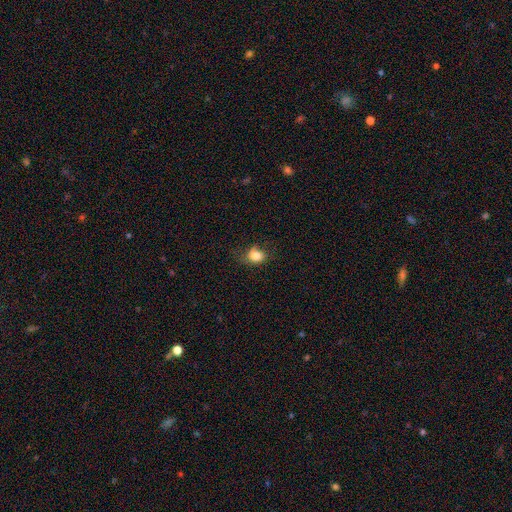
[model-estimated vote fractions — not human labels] A smooth galaxy with no disk features (82%) that is in between round and cigar-shaped (50%).

Vote fractions:
- Smooth or featured? smooth: 82% / star or artifact: 10% / featured or disk: 8%
- How rounded? in between: 50% / round: 49% / cigar-shaped: 1%
- Merging? none: 59% / minor disturbance: 27% / major disturbance: 12% / merger: 2%